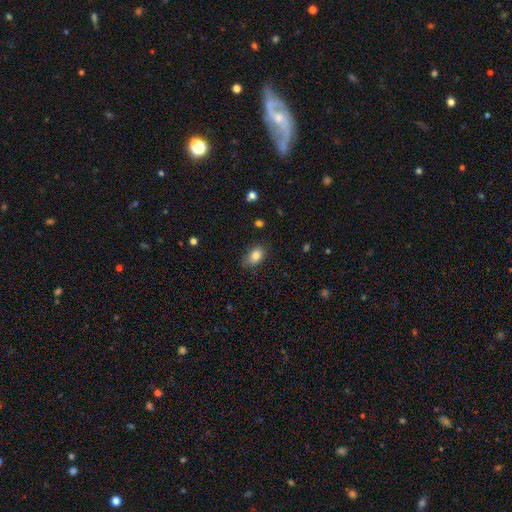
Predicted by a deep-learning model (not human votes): Smooth or featured? smooth (84%)
How rounded? in between (83%)
Merging? none (73%)